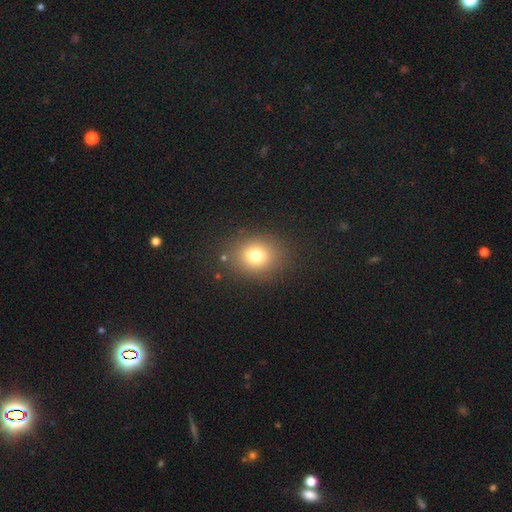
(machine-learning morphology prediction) Smooth or featured: smooth — 74% (star or artifact — 15%)
How rounded: round — 64% (in between — 35%)
Merging: none — 85% (minor disturbance — 9%)